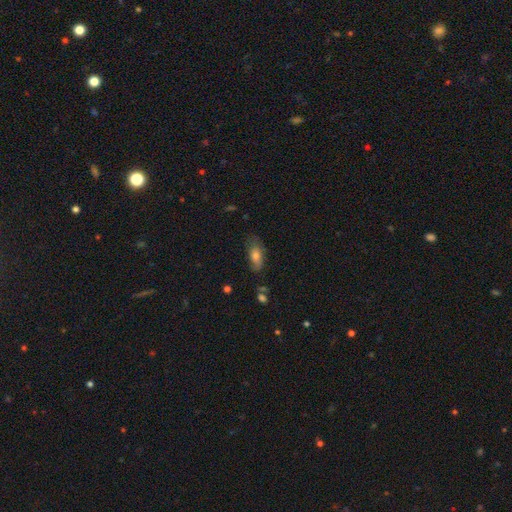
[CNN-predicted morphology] smooth 71%, featured or disk 20%, star or artifact 9%. Down the decision tree: how rounded — in between (83%); merging — none (66%).